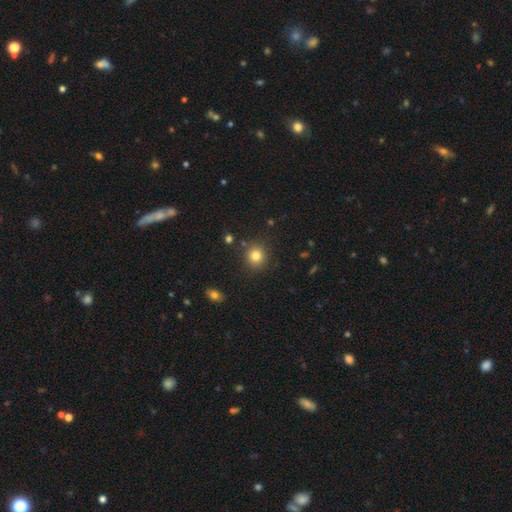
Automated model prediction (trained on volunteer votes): A smooth galaxy with no disk features (81%) that is round (87%).

Vote fractions:
- Smooth or featured? smooth: 81% / star or artifact: 12% / featured or disk: 7%
- How rounded? round: 87% / in between: 12% / cigar-shaped: 1%
- Merging? none: 86% / minor disturbance: 8% / merger: 3% / major disturbance: 3%